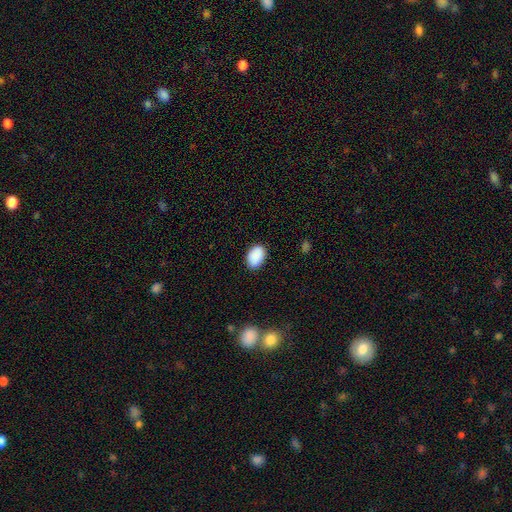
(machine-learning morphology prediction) A smooth galaxy with no disk features (89%) that is in between round and cigar-shaped (88%). Merging: none (85%).